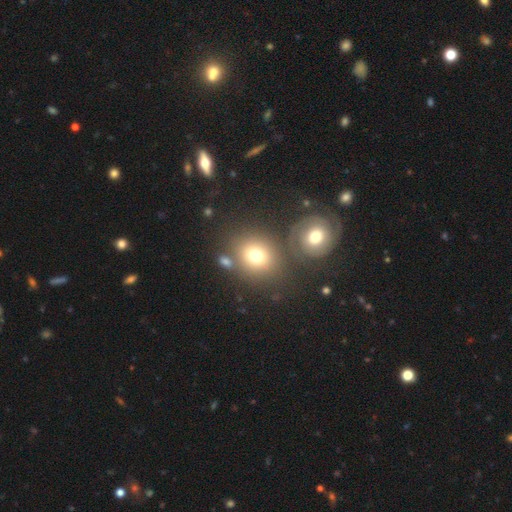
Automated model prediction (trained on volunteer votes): The model was most divided on "merging": none: 64%, merger: 21%, minor disturbance: 10%, major disturbance: 5%. More confident: how rounded — round (75%); smooth or featured — smooth (74%).